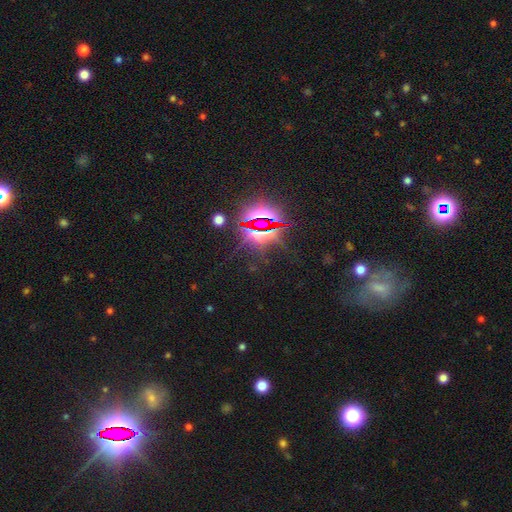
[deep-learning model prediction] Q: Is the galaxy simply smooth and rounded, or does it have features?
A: star or artifact — 81%.